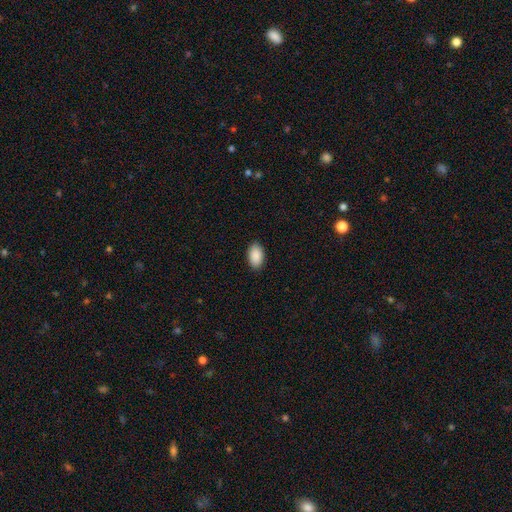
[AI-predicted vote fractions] A smooth galaxy with no disk features (90%) that is in between round and cigar-shaped (94%).

Vote fractions:
- Smooth or featured? smooth: 90% / star or artifact: 6% / featured or disk: 3%
- How rounded? in between: 94% / round: 4% / cigar-shaped: 1%
- Merging? none: 90% / minor disturbance: 8% / major disturbance: 2% / merger: 1%